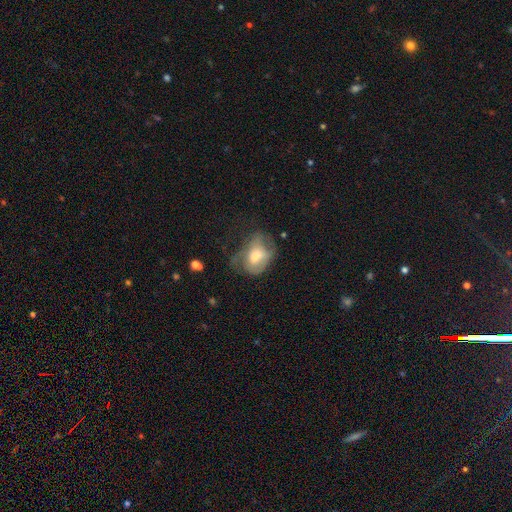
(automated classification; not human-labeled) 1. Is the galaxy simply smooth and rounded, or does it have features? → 52% smooth, 39% featured or disk, 9% star or artifact.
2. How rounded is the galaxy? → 73% in between, 26% round, 1% cigar-shaped.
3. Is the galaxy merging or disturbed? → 34% major disturbance, 33% none, 30% minor disturbance, 2% merger.